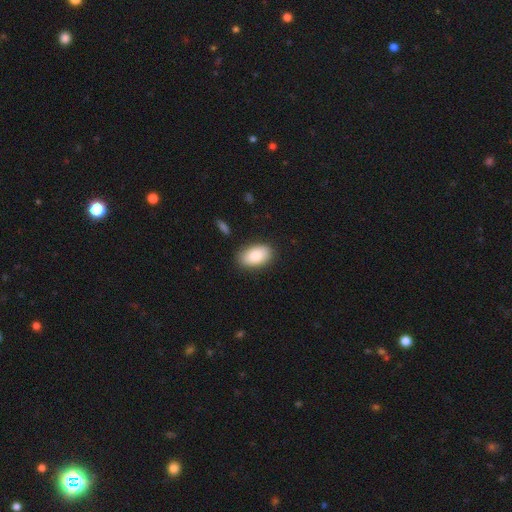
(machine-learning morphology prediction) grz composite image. It shows a smooth galaxy with no disk features (85%) that is in between round and cigar-shaped (93%). Merging: none (84%).